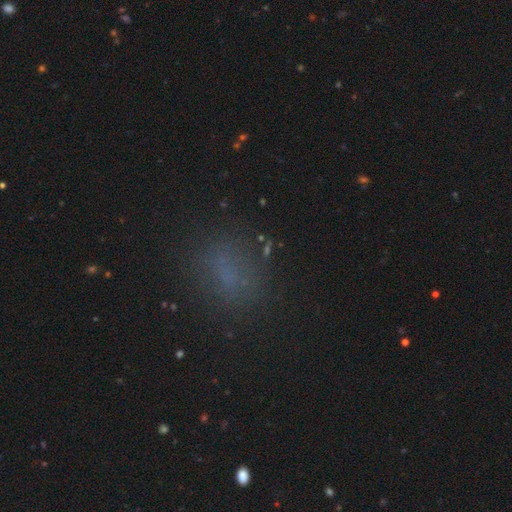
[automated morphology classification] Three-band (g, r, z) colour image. It shows a smooth galaxy with no disk features (61%) that is in between round and cigar-shaped (49%). Merging: none (75%).